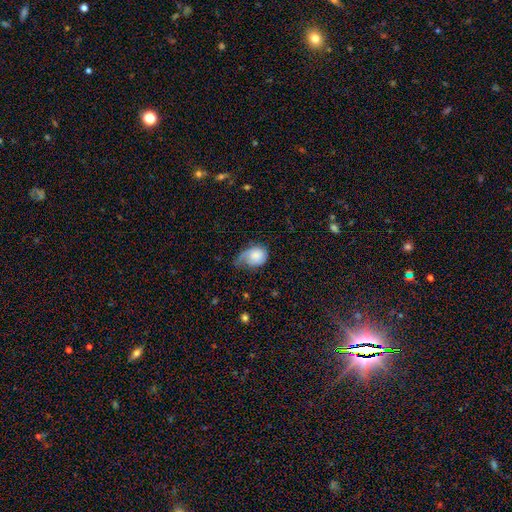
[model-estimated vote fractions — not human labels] Q: Smooth or featured?
A: smooth (67%); runner-up: featured or disk (26%)
Q: How rounded?
A: in between (57%); runner-up: round (42%)
Q: Merging?
A: minor disturbance (40%); runner-up: major disturbance (33%)